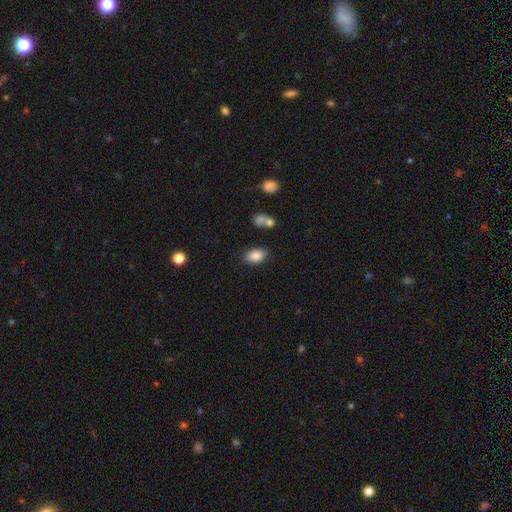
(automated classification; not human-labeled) This is clearly a smooth galaxy (86%). How rounded: clearly in between (87%). Merging: clearly none (80%).